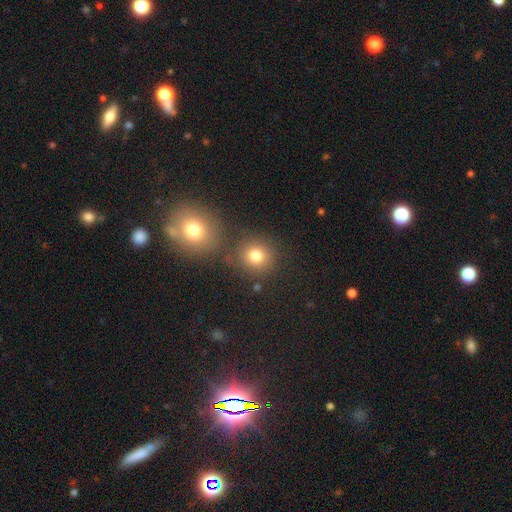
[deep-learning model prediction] Overall: smooth (78%). How rounded: round (86%). Merging: none (71%).